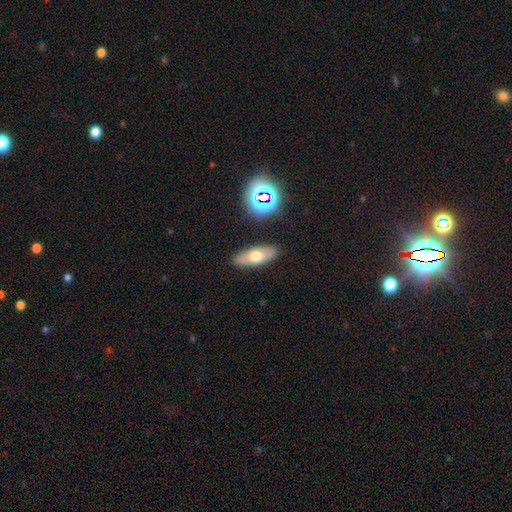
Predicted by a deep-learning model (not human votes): This appears to be a smooth galaxy with no disk features (60%) that is in between round and cigar-shaped (71%). Merging: none (87%).